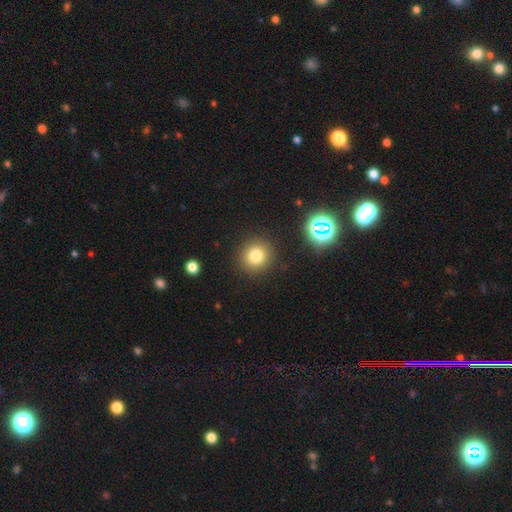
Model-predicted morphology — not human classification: A smooth galaxy with no disk features (78%) that is round (91%). Merging: none (89%).